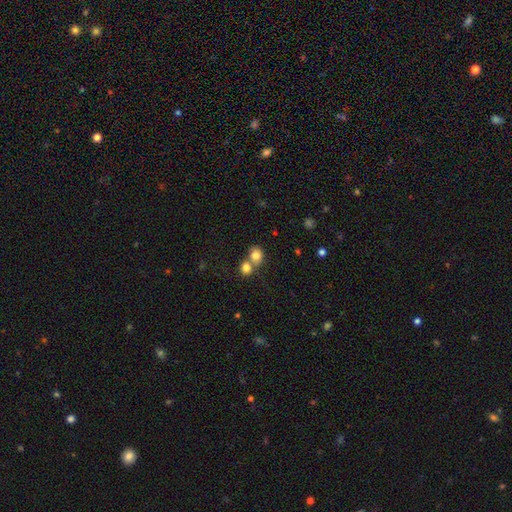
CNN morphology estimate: Overall: smooth (80%). How rounded: round (69%; in between 30%). Merging: merger (52%; none 38%).